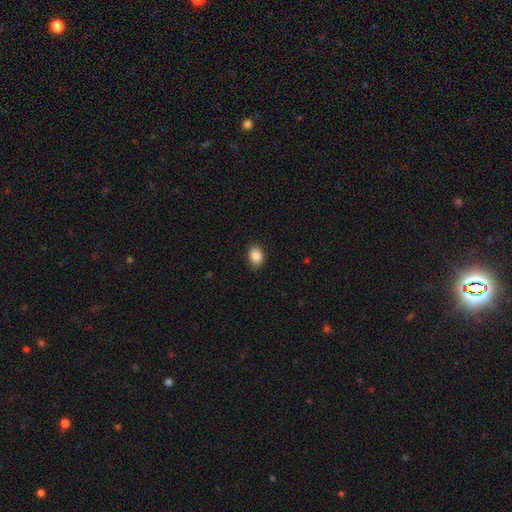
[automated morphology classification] A smooth galaxy with no disk features (88%) that is in between round and cigar-shaped (72%). Merging: none (87%).